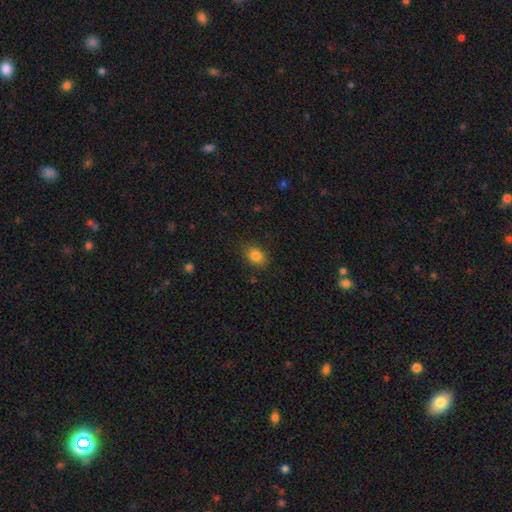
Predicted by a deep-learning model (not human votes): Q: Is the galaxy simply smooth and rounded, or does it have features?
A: smooth — 83%.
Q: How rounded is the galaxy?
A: in between — 67%.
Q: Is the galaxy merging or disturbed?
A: none — 85%.